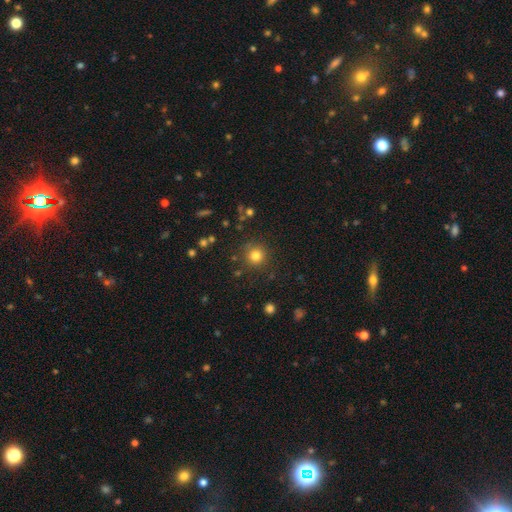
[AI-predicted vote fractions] Smooth or featured? smooth (80%)
How rounded? round (95%)
Merging? none (87%)